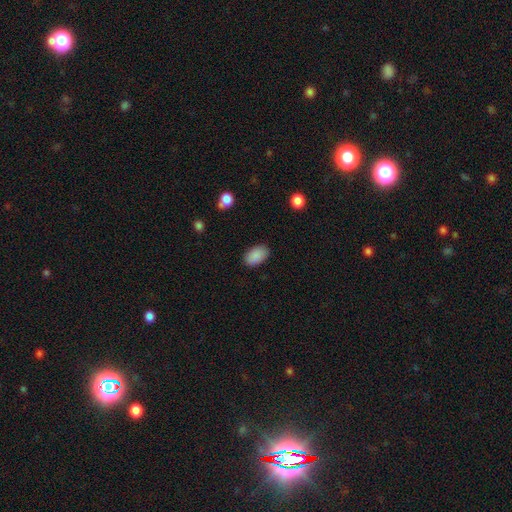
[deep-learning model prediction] The model was most divided on "merging": none: 87%, minor disturbance: 10%, major disturbance: 2%, merger: 1%. More confident: how rounded — in between (92%); smooth or featured — smooth (89%).